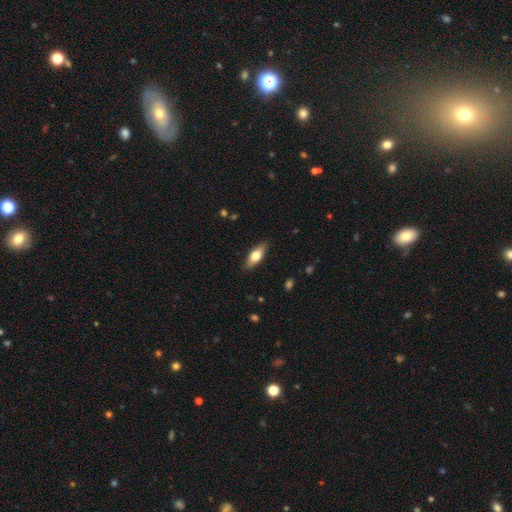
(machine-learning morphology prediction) This appears to be a smooth galaxy with no disk features (63%) that is in between round and cigar-shaped (70%). Merging: none (87%).